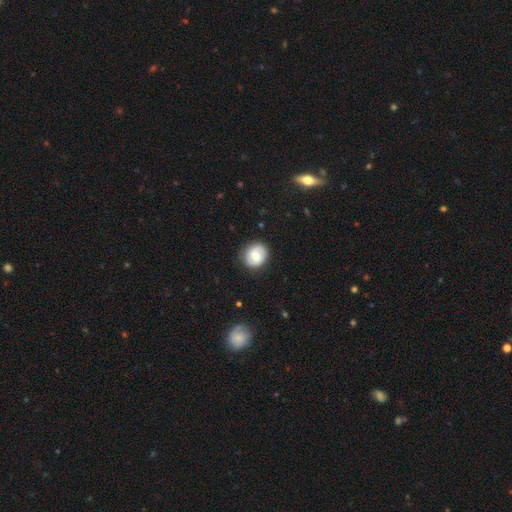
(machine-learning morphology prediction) A smooth galaxy with no disk features (65%) that is round (72%).

Vote fractions:
- Smooth or featured? smooth: 65% / featured or disk: 27% / star or artifact: 8%
- How rounded? round: 72% / in between: 27% / cigar-shaped: 1%
- Merging? none: 84% / minor disturbance: 12% / major disturbance: 3% / merger: 1%